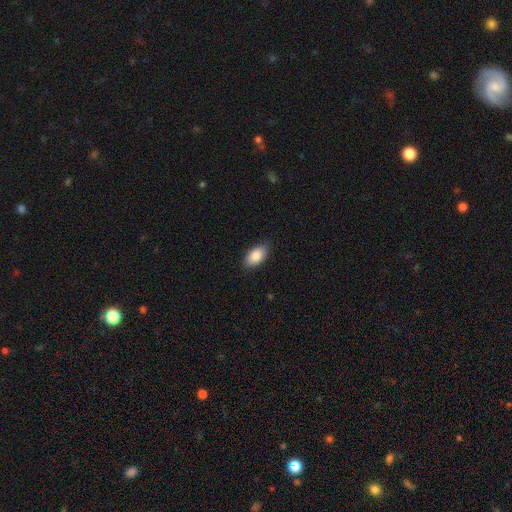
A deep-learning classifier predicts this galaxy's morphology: Q: Smooth or featured?
A: smooth (88%); runner-up: star or artifact (7%)
Q: How rounded?
A: in between (93%); runner-up: round (4%)
Q: Merging?
A: none (85%); runner-up: minor disturbance (12%)